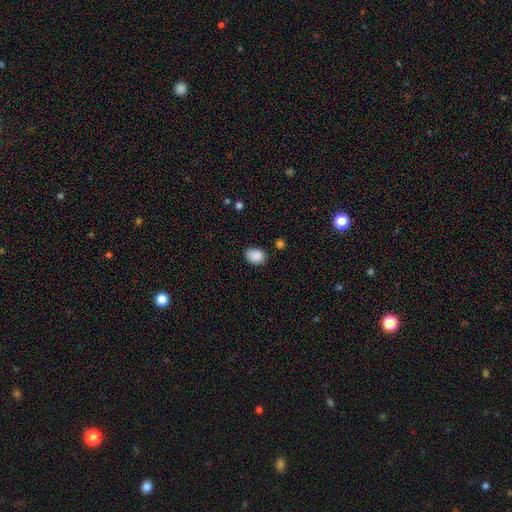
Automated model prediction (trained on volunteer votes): Morphology: type=smooth (88%); roundness=in between (72%); merging=none (76%).